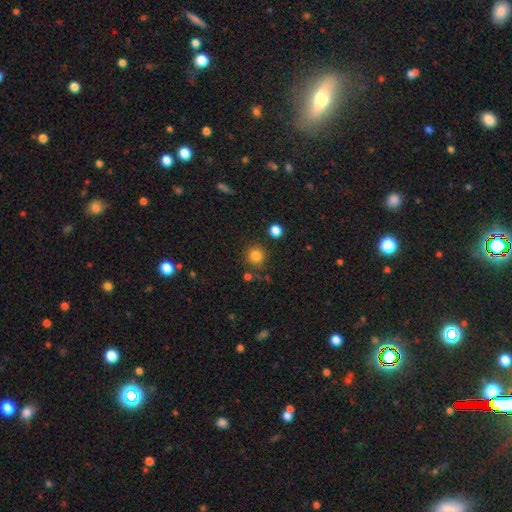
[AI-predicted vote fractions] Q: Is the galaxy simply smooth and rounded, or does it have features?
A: smooth — 84%.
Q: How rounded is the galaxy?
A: round — 93%.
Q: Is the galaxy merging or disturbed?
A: none — 83%.